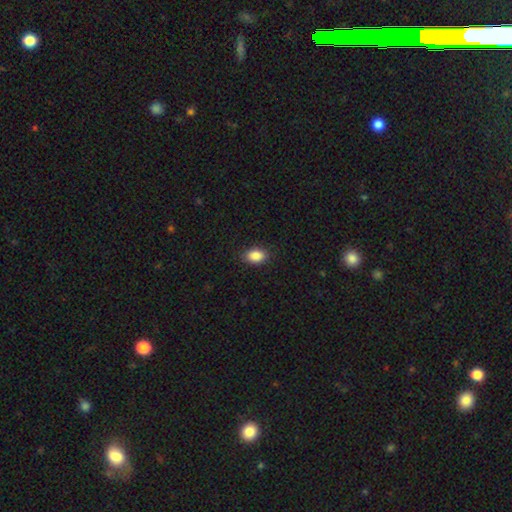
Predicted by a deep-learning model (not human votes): A smooth galaxy with no disk features (88%) that is in between round and cigar-shaped (85%).

Vote fractions:
- Smooth or featured? smooth: 88% / star or artifact: 8% / featured or disk: 4%
- How rounded? in between: 85% / round: 13% / cigar-shaped: 2%
- Merging? none: 87% / minor disturbance: 9% / major disturbance: 2% / merger: 1%